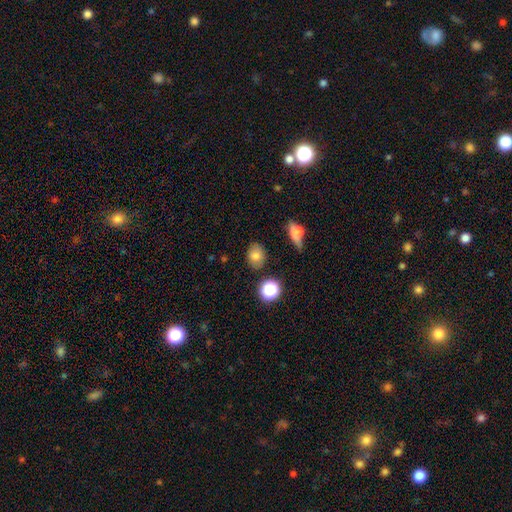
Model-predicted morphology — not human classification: This is likely a smooth galaxy (78%). How rounded: possibly round (50%). Merging: clearly none (82%).